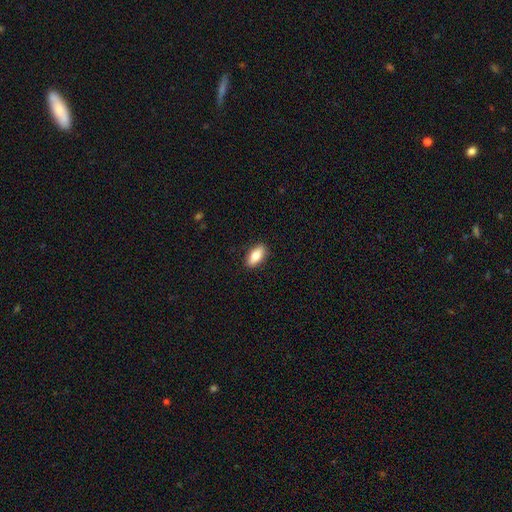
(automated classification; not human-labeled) smooth 83%, featured or disk 11%, star or artifact 6%. Down the decision tree: how rounded — in between (86%); merging — none (89%).